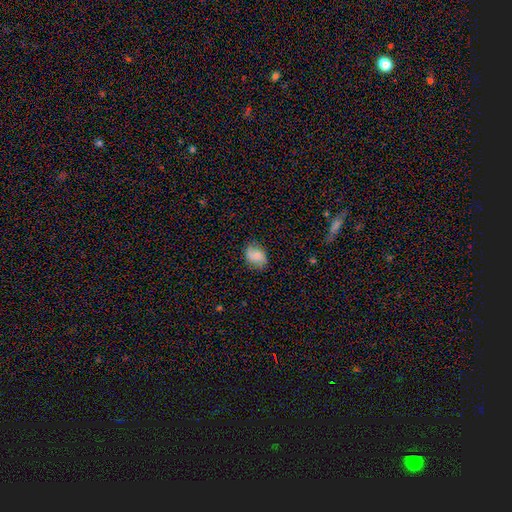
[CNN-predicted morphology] Smooth or featured: smooth — 70% (featured or disk — 21%)
How rounded: in between — 70% (round — 29%)
Merging: none — 73% (minor disturbance — 20%)